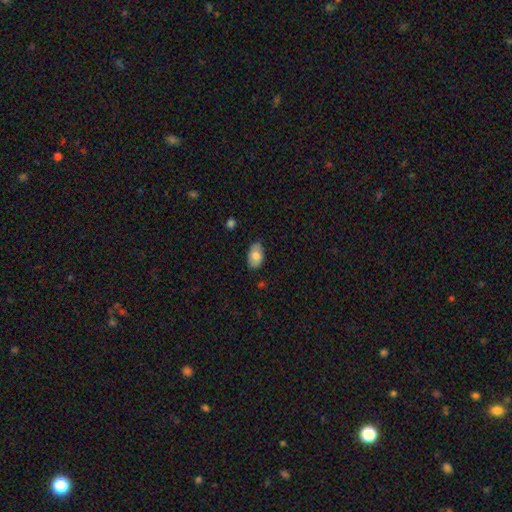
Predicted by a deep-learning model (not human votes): Morphology: type=smooth (74%); roundness=in between (92%); merging=none (80%).